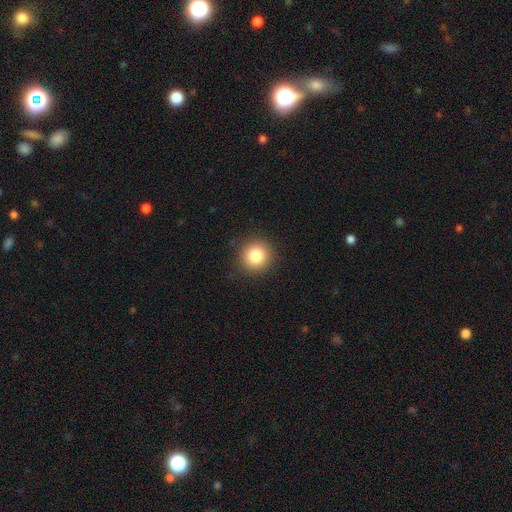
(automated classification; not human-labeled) smooth-or-featured: smooth: 82% | star or artifact: 11% | featured or disk: 7%
  how-rounded: round: 94% | in between: 5% | cigar-shaped: 1%
  merging: none: 90% | minor disturbance: 7% | major disturbance: 2% | merger: 1%